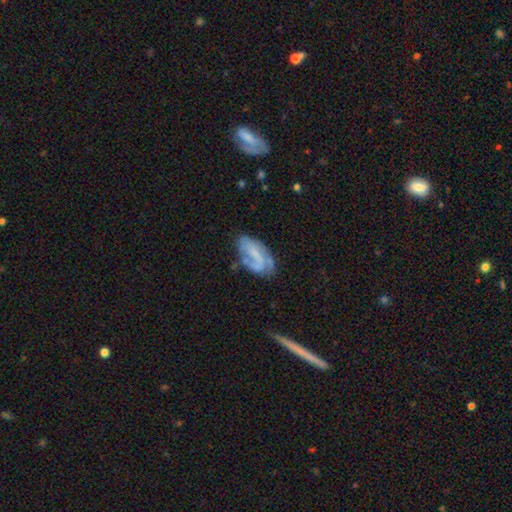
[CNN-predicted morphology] Overall: featured or disk (61%; smooth 31%). Edge-on disk: no (95%). Bar: no (44%; weak 36%). Spiral arms: yes (70%). Bulge size: none (49%; small 32%). Merging: none (45%; minor disturbance 28%).